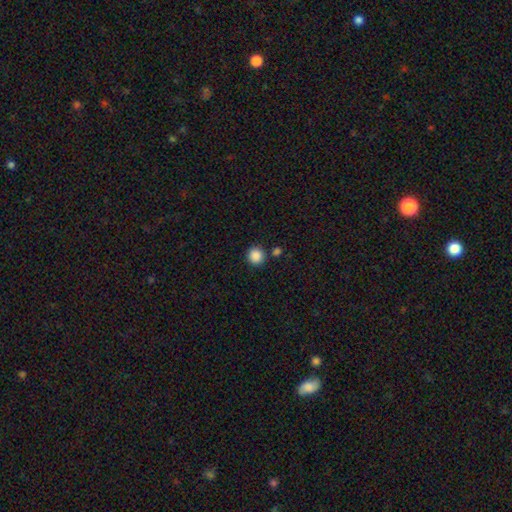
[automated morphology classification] smooth 88%, star or artifact 10%, featured or disk 3%. Down the decision tree: how rounded — round (93%); merging — none (85%).